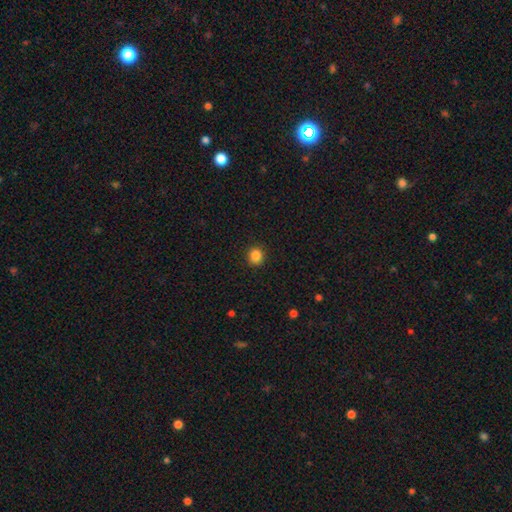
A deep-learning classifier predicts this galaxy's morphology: smooth 85%, star or artifact 11%, featured or disk 4%. Down the decision tree: how rounded — round (90%); merging — none (92%).